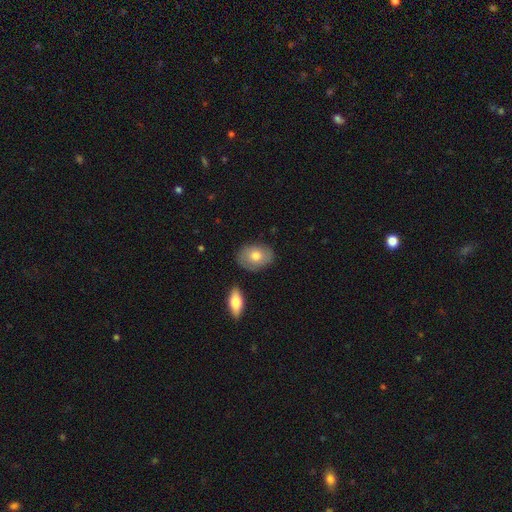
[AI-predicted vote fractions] The model was most divided on "smooth or featured": smooth: 72%, featured or disk: 22%, star or artifact: 6%. More confident: merging — none (79%); how rounded — in between (76%).